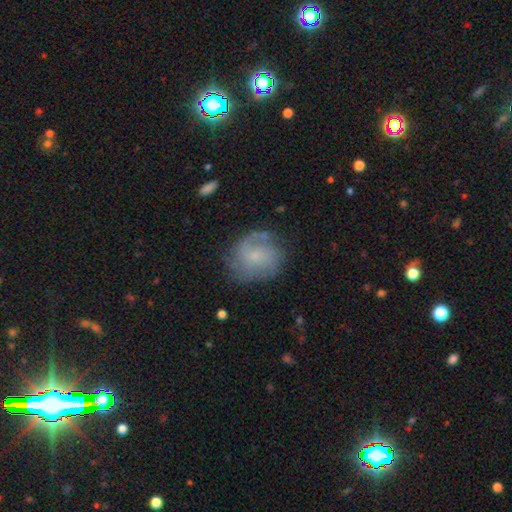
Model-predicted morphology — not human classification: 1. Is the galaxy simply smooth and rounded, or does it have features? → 63% featured or disk, 28% smooth, 8% star or artifact.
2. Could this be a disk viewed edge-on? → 98% no, 2% yes.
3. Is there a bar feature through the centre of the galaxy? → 69% no, 27% weak, 4% strong.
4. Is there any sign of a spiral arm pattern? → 88% yes, 12% no.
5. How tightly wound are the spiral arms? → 40% medium, 38% tight, 21% loose.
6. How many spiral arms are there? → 36% 2, 31% can't tell, 13% 1, 12% 3, 4% 4, 4% more than 4.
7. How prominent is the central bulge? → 64% small, 20% moderate, 13% none, 2% large, 1% dominant.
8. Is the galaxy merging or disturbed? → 66% none, 20% minor disturbance, 12% major disturbance, 2% merger.